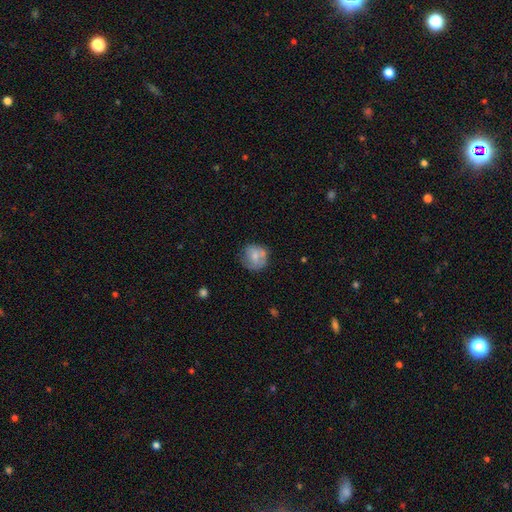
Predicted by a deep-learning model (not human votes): The model was most divided on "merging": none: 58%, minor disturbance: 26%, major disturbance: 10%, merger: 7%. More confident: how rounded — round (83%); smooth or featured — smooth (63%).